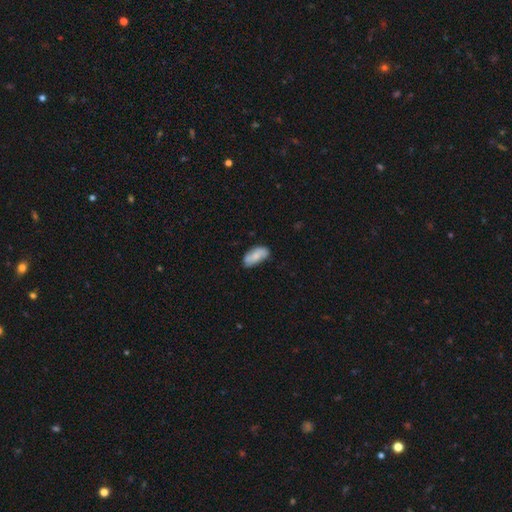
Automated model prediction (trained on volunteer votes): The model was most divided on "merging": none: 68%, minor disturbance: 25%, major disturbance: 4%, merger: 2%. More confident: how rounded — in between (89%); smooth or featured — smooth (70%).